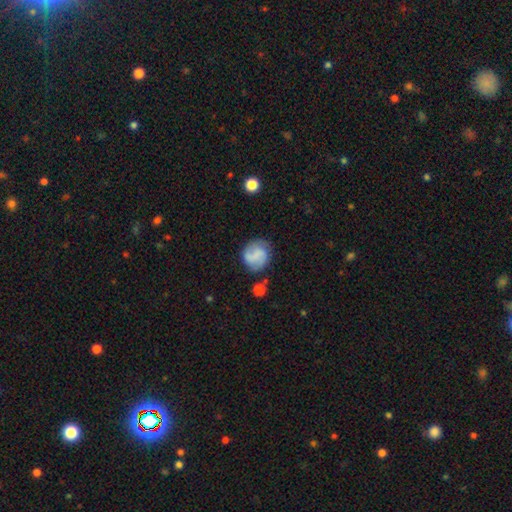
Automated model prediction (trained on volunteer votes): smooth_or_featured: featured or disk (p=0.46) [alt: smooth p=0.45]
merging: none (p=0.71) [alt: minor disturbance p=0.18]